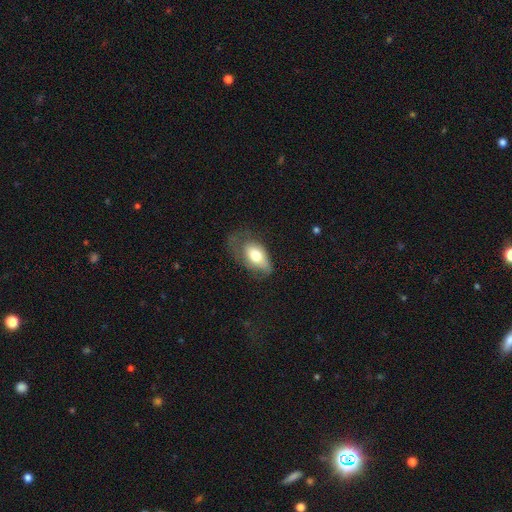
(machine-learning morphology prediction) Q: Smooth or featured?
A: smooth (64%); runner-up: featured or disk (29%)
Q: How rounded?
A: in between (90%); runner-up: round (7%)
Q: Merging?
A: major disturbance (33%); tied with: none (33%)